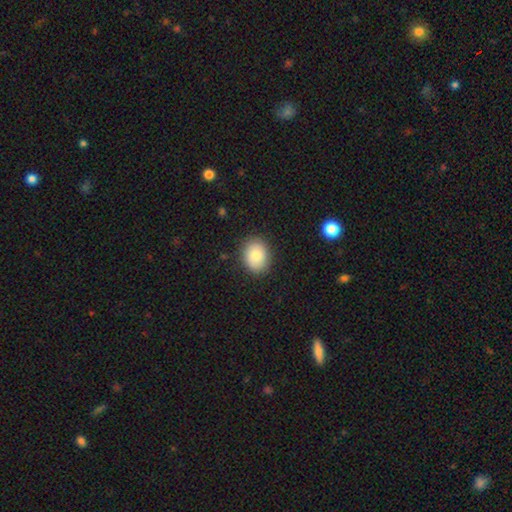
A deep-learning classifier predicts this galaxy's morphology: smooth 85%, featured or disk 7%, star or artifact 7%. Down the decision tree: how rounded — in between (54%); merging — none (87%).